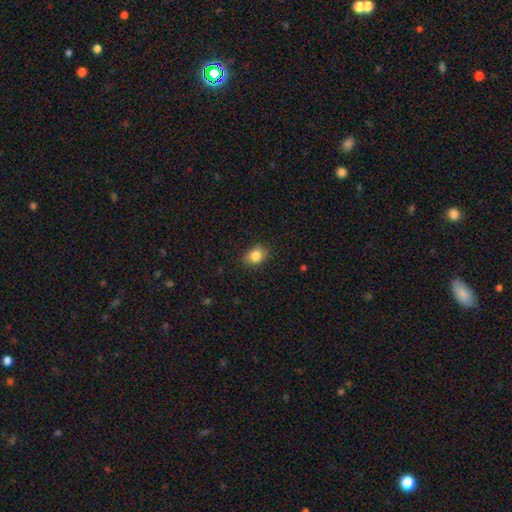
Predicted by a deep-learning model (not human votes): smooth 84%, star or artifact 10%, featured or disk 6%. Down the decision tree: how rounded — in between (59%); merging — none (83%).